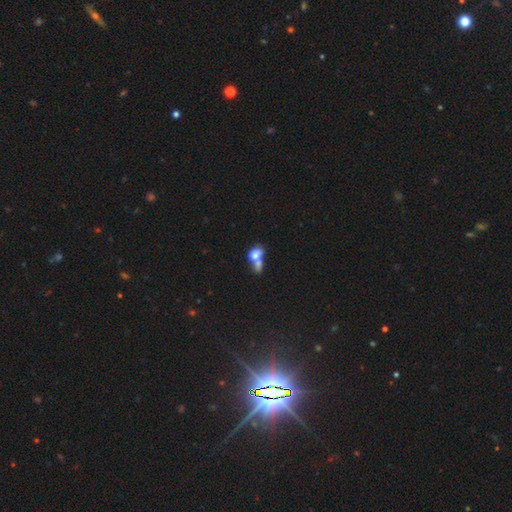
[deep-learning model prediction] Smooth or featured: smooth — 72% (featured or disk — 18%)
How rounded: in between — 73% (round — 24%)
Merging: merger — 69% (none — 18%)